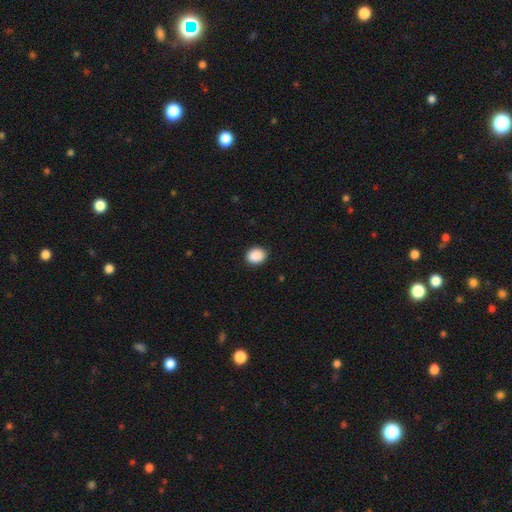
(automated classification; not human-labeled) A smooth galaxy with no disk features (90%) that is in between round and cigar-shaped (57%).

Vote fractions:
- Smooth or featured? smooth: 90% / star or artifact: 7% / featured or disk: 2%
- How rounded? in between: 57% / round: 42% / cigar-shaped: 1%
- Merging? none: 89% / minor disturbance: 8% / major disturbance: 2% / merger: 1%